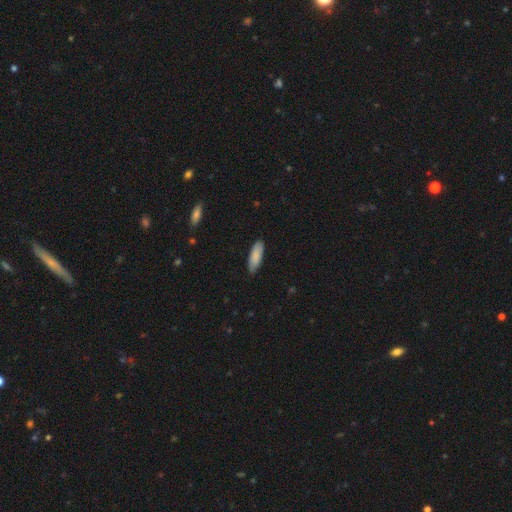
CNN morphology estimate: Overall: smooth (86%). How rounded: in between (55%; cigar-shaped 43%). Merging: none (86%).